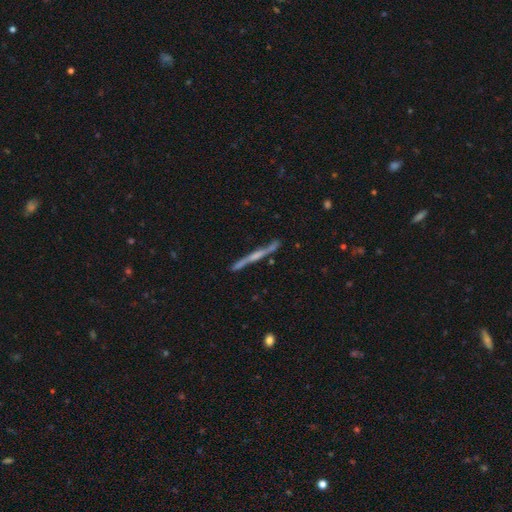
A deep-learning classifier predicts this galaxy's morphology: smooth_or_featured: featured or disk (p=0.72) [alt: smooth p=0.22]
disk_edge_on: yes (p=0.96) [alt: no p=0.04]
edge_on_bulge: rounded (p=0.47) [alt: none p=0.37]
merging: none (p=0.84) [alt: minor disturbance p=0.12]